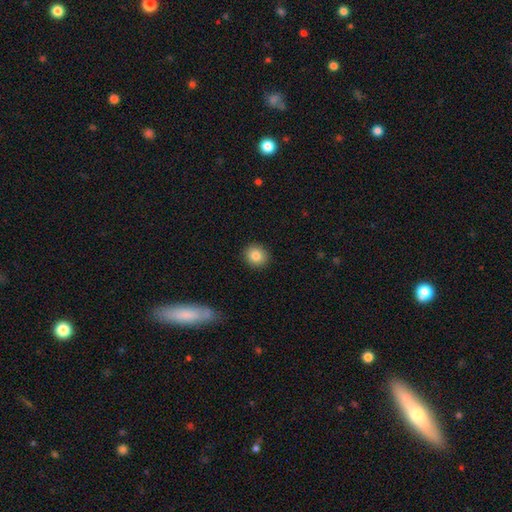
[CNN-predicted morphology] A smooth galaxy with no disk features (84%) that is round (85%). Merging: none (91%).